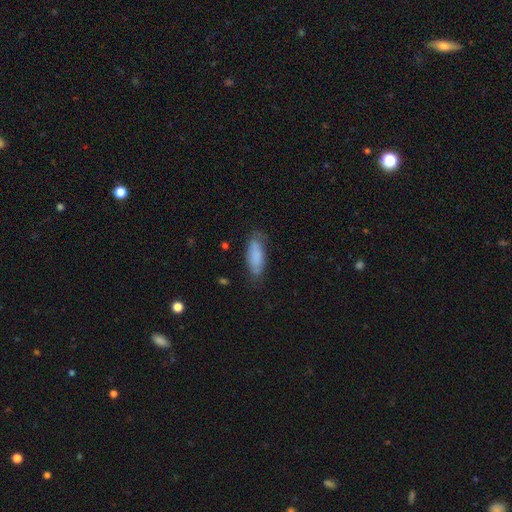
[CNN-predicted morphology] The model was most divided on "how rounded": in between: 68%, cigar-shaped: 30%, round: 2%. More confident: smooth or featured — smooth (81%); merging — none (69%).